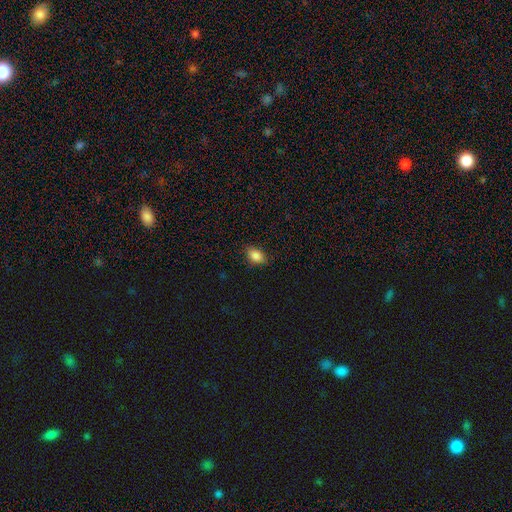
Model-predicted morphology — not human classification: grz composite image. It shows a smooth galaxy with no disk features (85%) that is in between round and cigar-shaped (81%). Merging: none (79%).